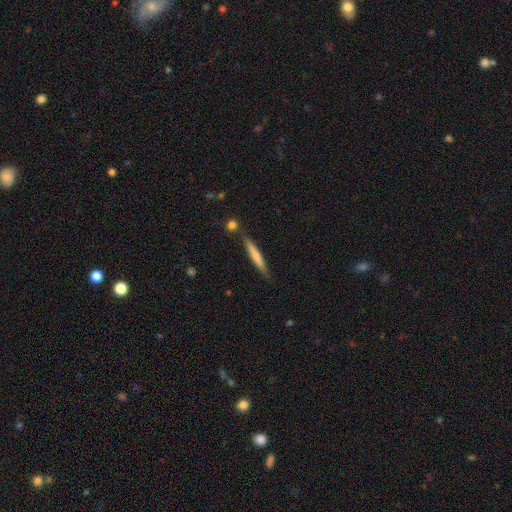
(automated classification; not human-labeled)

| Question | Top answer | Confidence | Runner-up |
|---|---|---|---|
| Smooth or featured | smooth | 64% | featured or disk (30%) |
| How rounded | cigar-shaped | 94% | in between (4%) |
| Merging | none | 81% | minor disturbance (12%) |